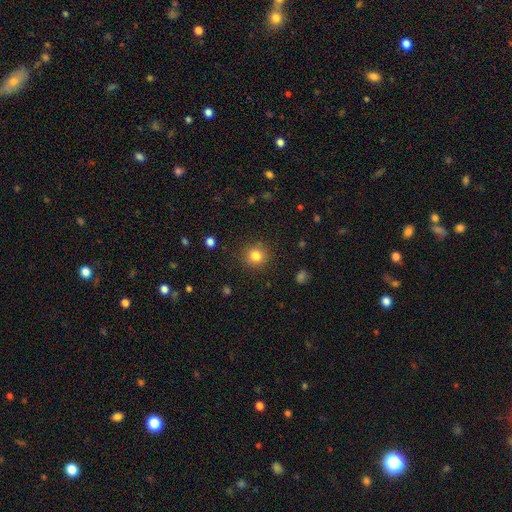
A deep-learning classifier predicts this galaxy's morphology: Overall: smooth (82%). How rounded: round (91%). Merging: none (89%).